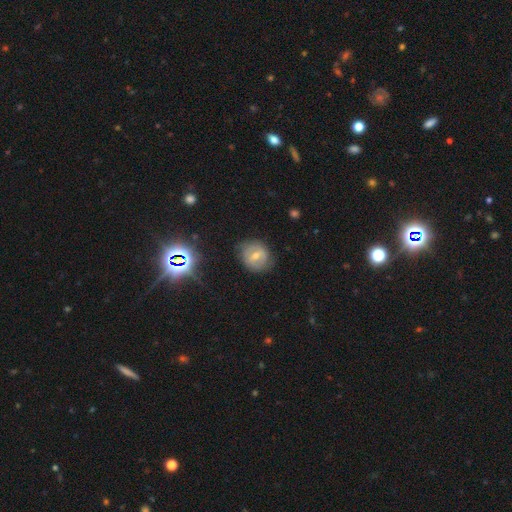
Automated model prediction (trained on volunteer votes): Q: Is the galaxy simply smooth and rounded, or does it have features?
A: featured or disk — 44%.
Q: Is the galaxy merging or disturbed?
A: none — 76%.